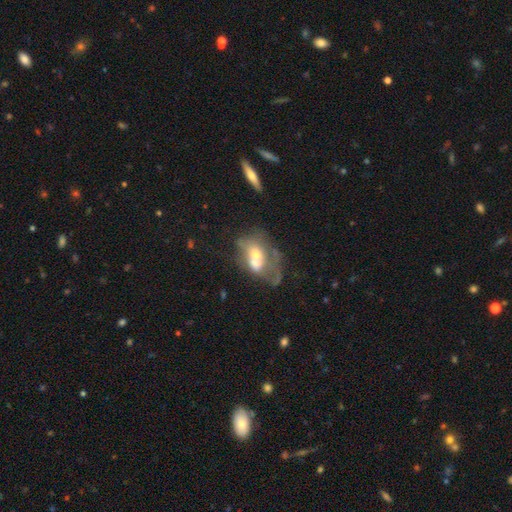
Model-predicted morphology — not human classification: featured or disk 47%, smooth 43%, star or artifact 10%. Down the decision tree: merging — merger (53%).